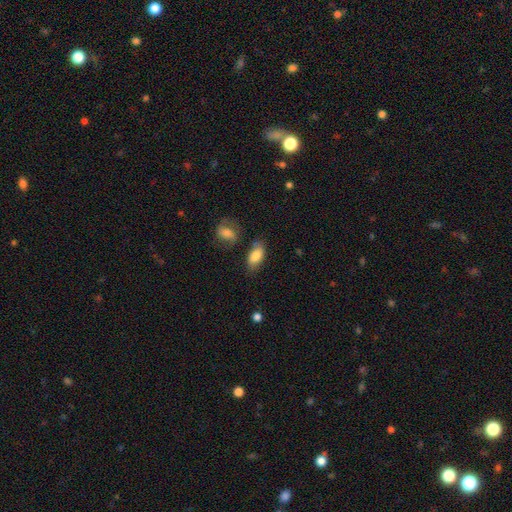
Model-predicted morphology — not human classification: Smooth or featured: smooth — 79% (featured or disk — 14%)
How rounded: in between — 90% (cigar-shaped — 6%)
Merging: none — 66% (minor disturbance — 20%)